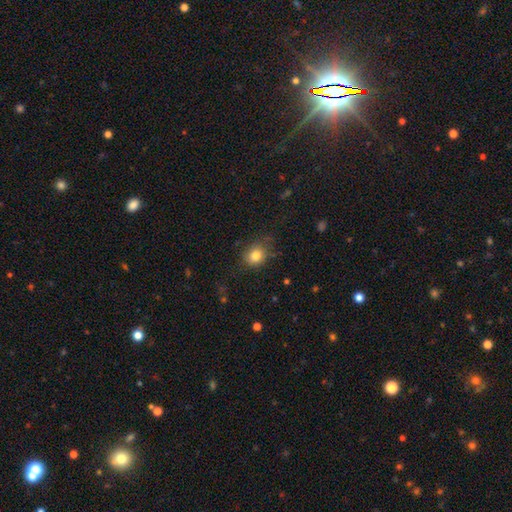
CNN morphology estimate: Overall: smooth (82%). How rounded: round (68%; in between 32%). Merging: none (75%).